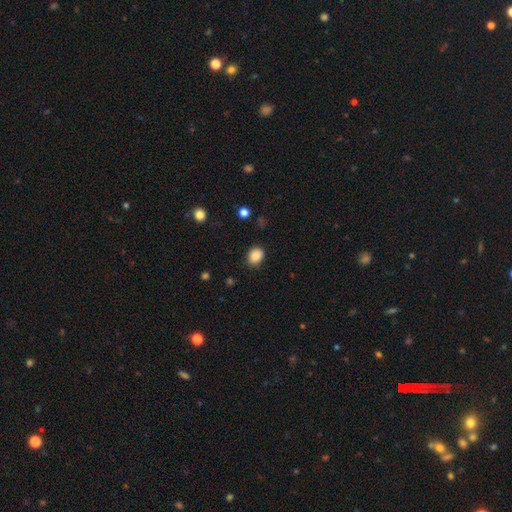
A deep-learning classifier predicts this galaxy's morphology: This is clearly a smooth galaxy (88%). How rounded: possibly round (54%). Merging: clearly none (86%).